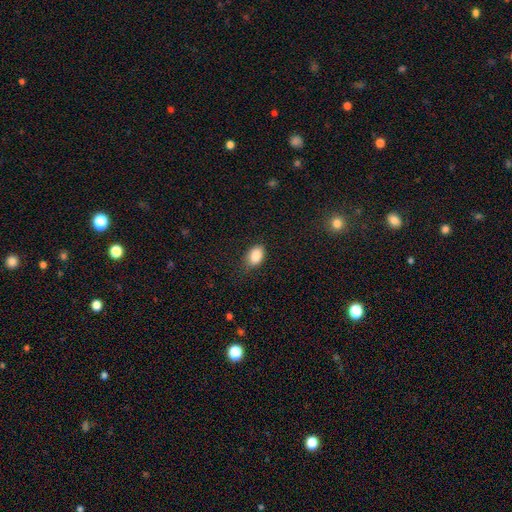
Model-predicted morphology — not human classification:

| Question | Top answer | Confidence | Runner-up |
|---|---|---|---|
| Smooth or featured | smooth | 87% | star or artifact (8%) |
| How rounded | in between | 86% | round (12%) |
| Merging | none | 72% | minor disturbance (21%) |